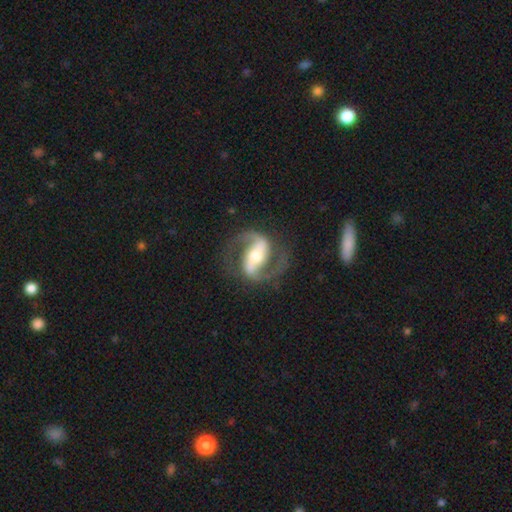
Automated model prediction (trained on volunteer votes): Smooth or featured? Predicted: featured or disk (p=0.91). Edge-on disk? Predicted: no (p=0.97). Bar? Predicted: strong (p=0.63). Spiral arms? Predicted: yes (p=0.97). Spiral winding? Predicted: medium (p=0.58). Spiral arm count? Predicted: 2 (p=0.94). Bulge size? Predicted: moderate (p=0.63). Merging? Predicted: none (p=0.80).